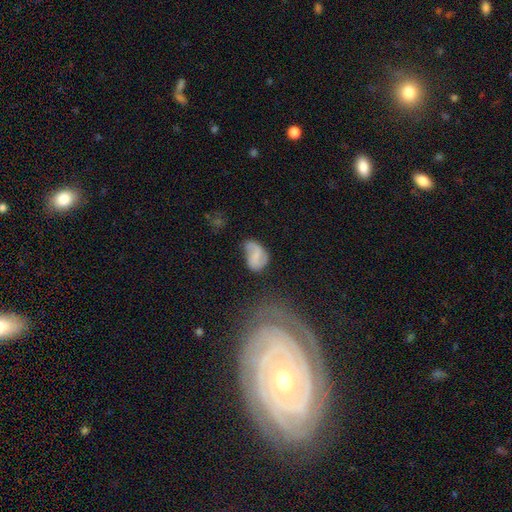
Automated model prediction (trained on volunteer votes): The model was most divided on "smooth or featured": smooth: 46%, featured or disk: 45%, star or artifact: 9%. Remaining: merging — none (43%).